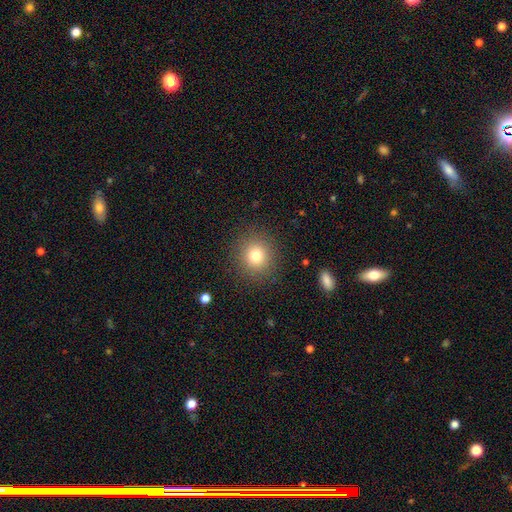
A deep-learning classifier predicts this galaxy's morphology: smooth-or-featured: smooth: 77% | star or artifact: 13% | featured or disk: 9%
  how-rounded: round: 88% | in between: 11% | cigar-shaped: 1%
  merging: none: 88% | minor disturbance: 7% | major disturbance: 3% | merger: 1%